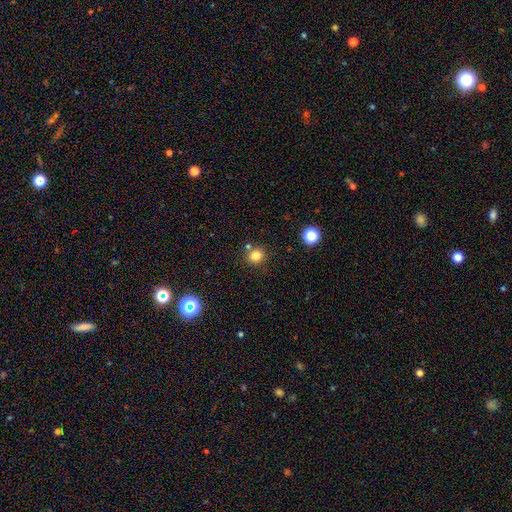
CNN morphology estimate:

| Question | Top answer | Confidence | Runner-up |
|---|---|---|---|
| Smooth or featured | smooth | 81% | star or artifact (13%) |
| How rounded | round | 86% | in between (13%) |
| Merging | none | 77% | merger (11%) |